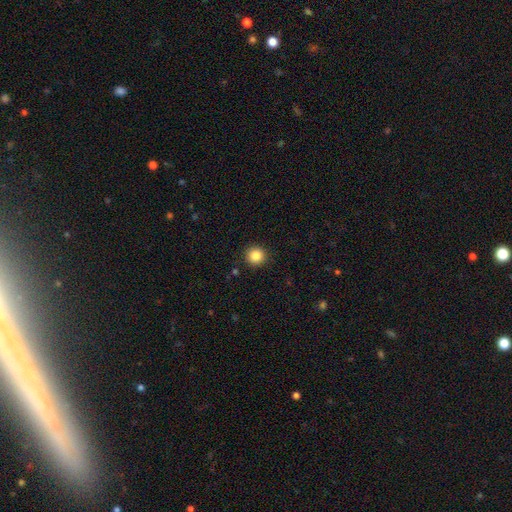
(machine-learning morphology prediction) Q: Smooth or featured?
A: smooth (85%); runner-up: star or artifact (10%)
Q: How rounded?
A: round (94%); runner-up: in between (5%)
Q: Merging?
A: none (92%); runner-up: minor disturbance (5%)